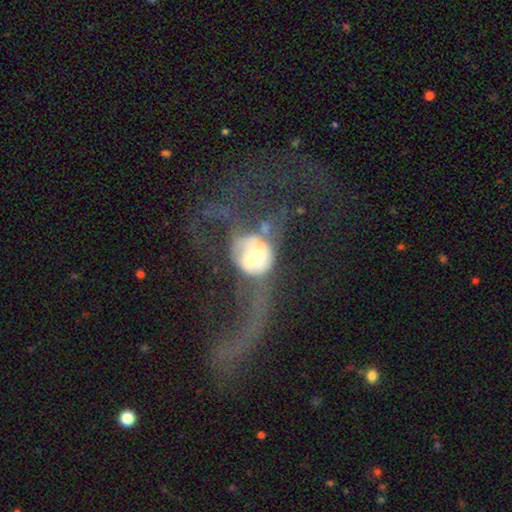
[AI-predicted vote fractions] Smooth or featured? Predicted: featured or disk (p=0.51). Edge-on disk? Predicted: no (p=0.95). Merging? Predicted: merger (p=0.46).